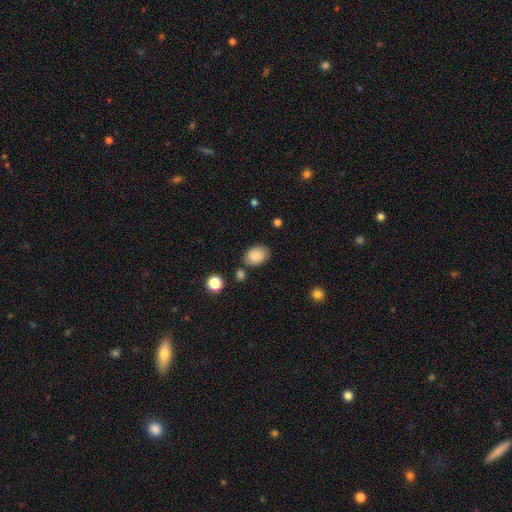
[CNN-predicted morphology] Smooth or featured? smooth (87%)
How rounded? in between (74%)
Merging? none (73%)